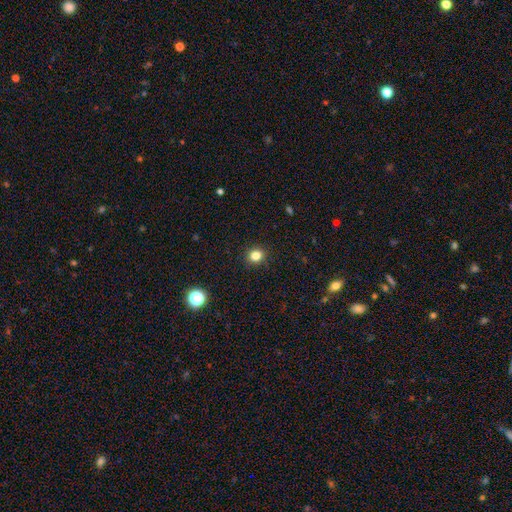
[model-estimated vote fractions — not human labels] smooth-or-featured: smooth: 82% | star or artifact: 13% | featured or disk: 5%
  how-rounded: round: 81% | in between: 18% | cigar-shaped: 1%
  merging: none: 91% | minor disturbance: 6% | major disturbance: 2% | merger: 1%